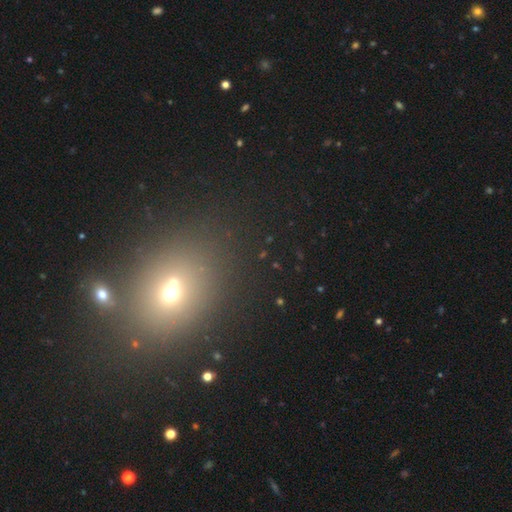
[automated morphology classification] This is possibly a smooth galaxy (50%). How rounded: possibly in between (50%). Merging: clearly none (83%).